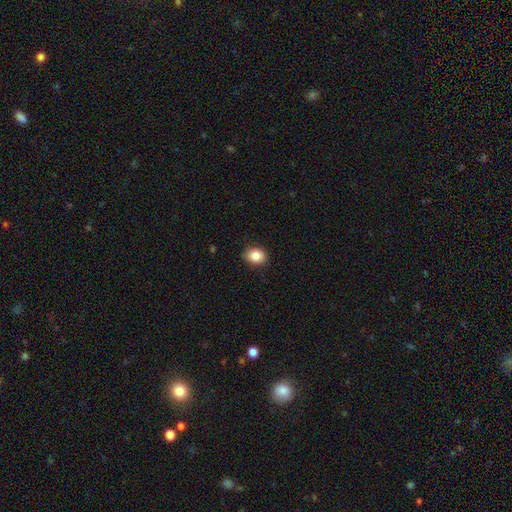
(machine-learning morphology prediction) This is clearly a smooth galaxy (85%). How rounded: possibly in between (58%). Merging: clearly none (88%).